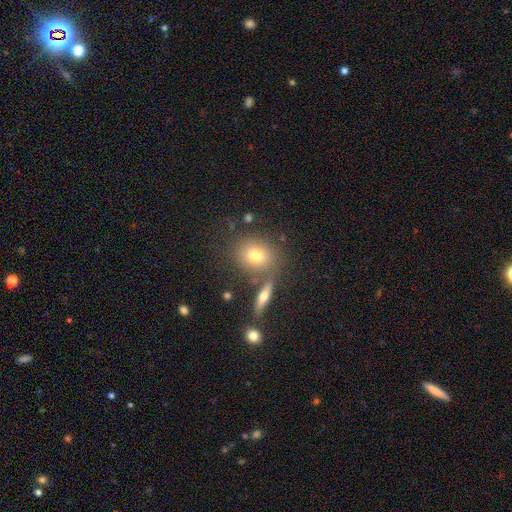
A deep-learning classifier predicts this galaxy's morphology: A smooth galaxy with no disk features (72%) that is round (63%).

Vote fractions:
- Smooth or featured? smooth: 72% / featured or disk: 16% / star or artifact: 12%
- How rounded? round: 63% / in between: 34% / cigar-shaped: 3%
- Merging? none: 69% / merger: 15% / minor disturbance: 12% / major disturbance: 4%